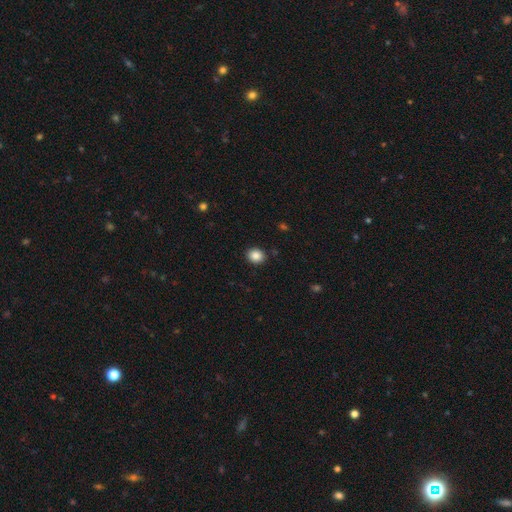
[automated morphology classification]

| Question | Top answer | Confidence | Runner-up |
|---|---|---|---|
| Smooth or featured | smooth | 87% | star or artifact (9%) |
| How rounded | round | 65% | in between (34%) |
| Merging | none | 89% | minor disturbance (7%) |